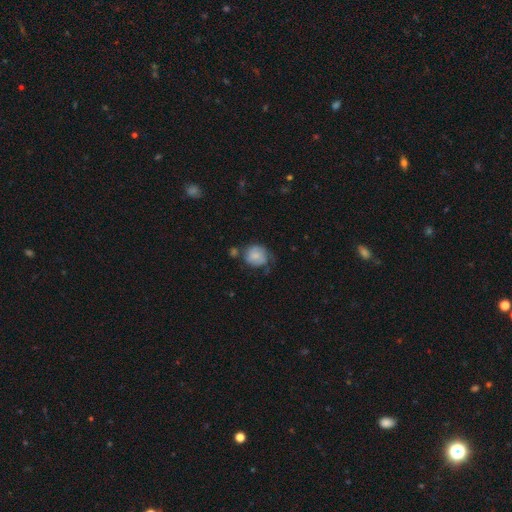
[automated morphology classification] type=smooth (62%); roundness=round (77%); merging=none (46%).